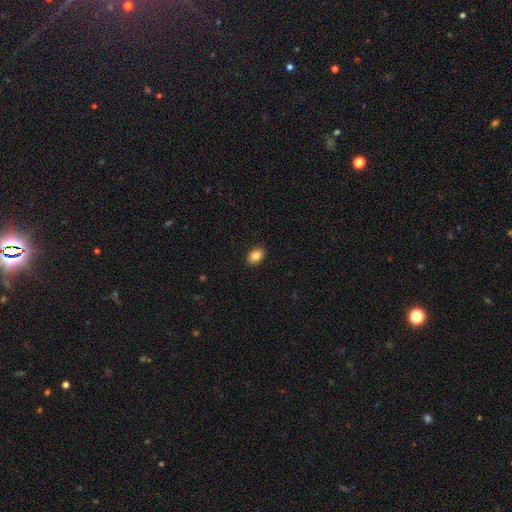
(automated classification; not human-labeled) A smooth galaxy with no disk features (86%) that is in between round and cigar-shaped (83%).

Vote fractions:
- Smooth or featured? smooth: 86% / star or artifact: 8% / featured or disk: 6%
- How rounded? in between: 83% / round: 15% / cigar-shaped: 1%
- Merging? none: 90% / minor disturbance: 7% / major disturbance: 2% / merger: 1%